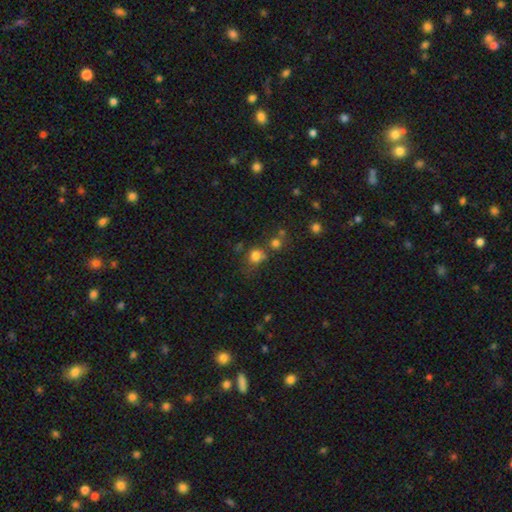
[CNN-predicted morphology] A smooth galaxy with no disk features (74%) that is round (77%).

Vote fractions:
- Smooth or featured? smooth: 74% / star or artifact: 16% / featured or disk: 9%
- How rounded? round: 77% / in between: 22% / cigar-shaped: 1%
- Merging? none: 53% / merger: 25% / minor disturbance: 14% / major disturbance: 8%